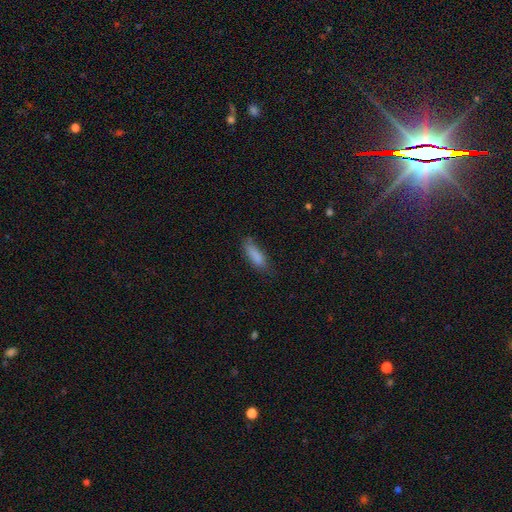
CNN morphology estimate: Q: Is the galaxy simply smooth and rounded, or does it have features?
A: smooth — 84%.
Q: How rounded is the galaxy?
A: in between — 53%.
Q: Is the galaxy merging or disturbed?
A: none — 67%.